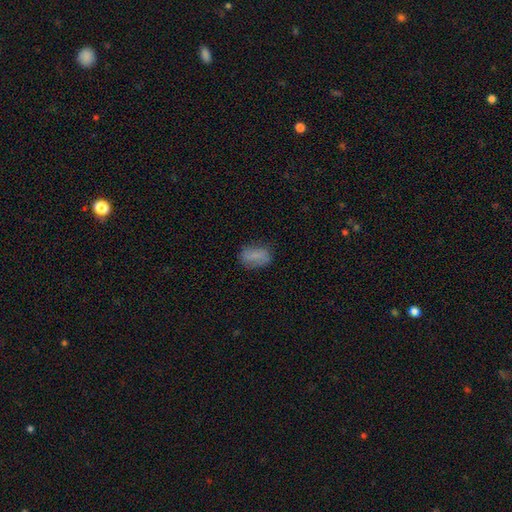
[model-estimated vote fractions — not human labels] smooth 77%, featured or disk 14%, star or artifact 10%. Down the decision tree: how rounded — in between (84%); merging — none (71%).